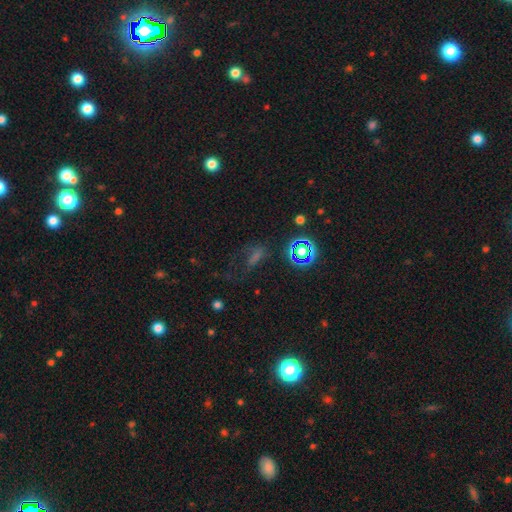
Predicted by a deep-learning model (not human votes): smooth-or-featured: star or artifact: 44% | smooth: 38% | featured or disk: 18%